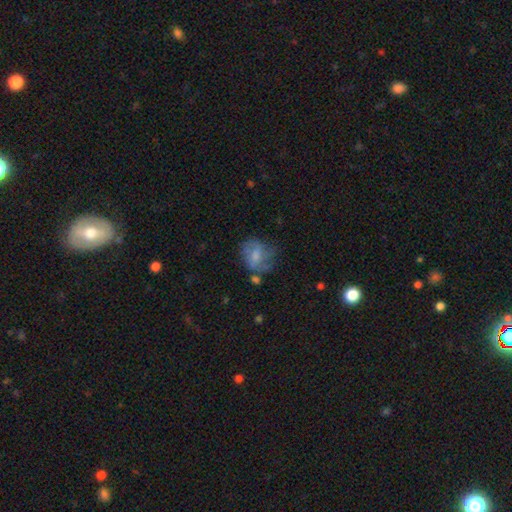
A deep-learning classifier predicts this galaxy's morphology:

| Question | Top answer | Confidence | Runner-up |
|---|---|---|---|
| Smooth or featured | smooth | 51% | featured or disk (40%) |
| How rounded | round | 52% | in between (47%) |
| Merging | none | 45% | minor disturbance (27%) |